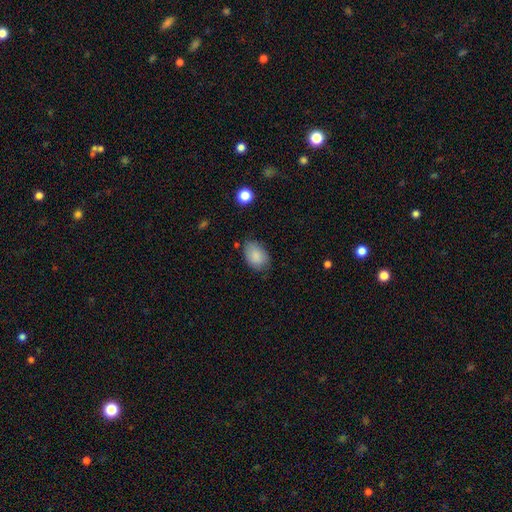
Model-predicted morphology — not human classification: Smooth or featured? Predicted: smooth (p=0.87). How rounded? Predicted: in between (p=0.81). Merging? Predicted: none (p=0.71).